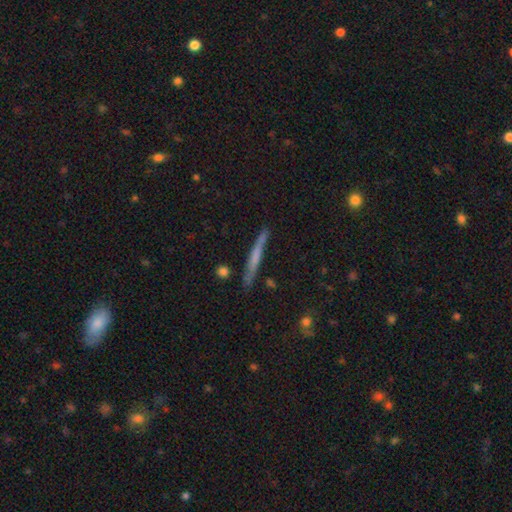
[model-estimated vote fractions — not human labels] The model was most divided on "smooth or featured": featured or disk: 47%, smooth: 45%, star or artifact: 8%. More confident: merging — none (83%).